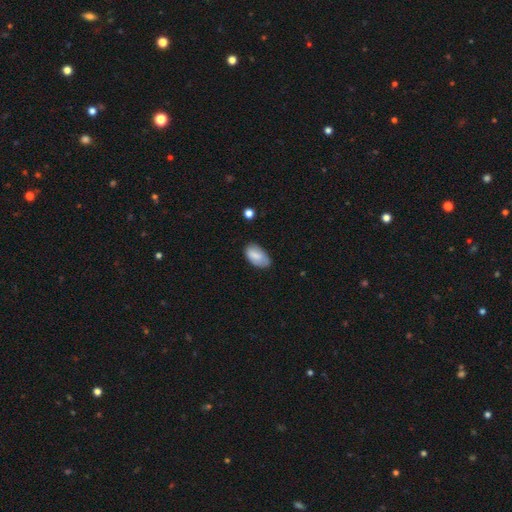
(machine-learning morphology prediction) A smooth galaxy with no disk features (82%) that is in between round and cigar-shaped (94%). Merging: none (67%).